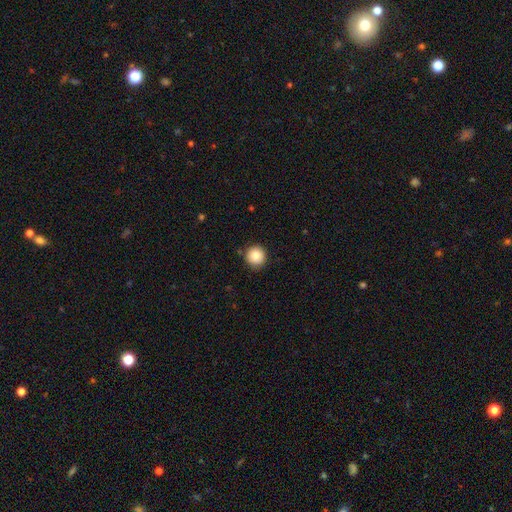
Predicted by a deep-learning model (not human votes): This is clearly a smooth galaxy (87%). How rounded: clearly round (95%). Merging: clearly none (88%).